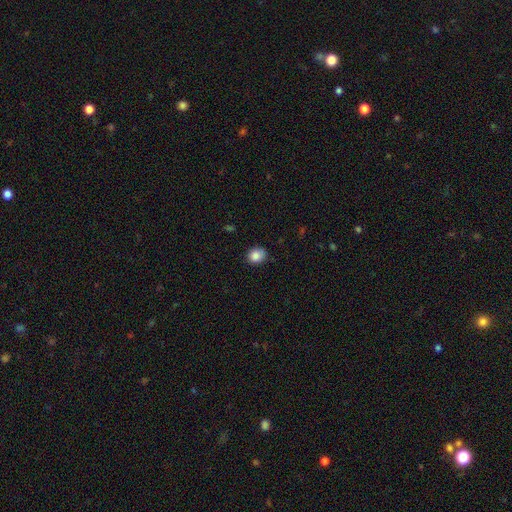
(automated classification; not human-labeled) Smooth or featured? smooth (86%)
How rounded? round (67%)
Merging? none (79%)